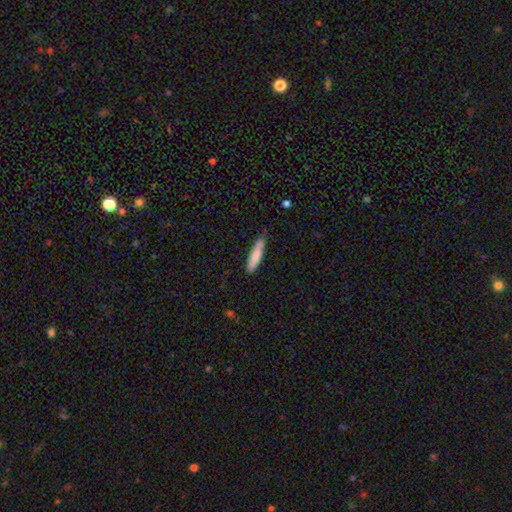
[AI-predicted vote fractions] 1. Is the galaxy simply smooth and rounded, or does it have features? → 80% smooth, 15% featured or disk, 6% star or artifact.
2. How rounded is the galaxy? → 82% cigar-shaped, 17% in between, 1% round.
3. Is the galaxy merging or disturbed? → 73% none, 23% minor disturbance, 3% major disturbance, 1% merger.